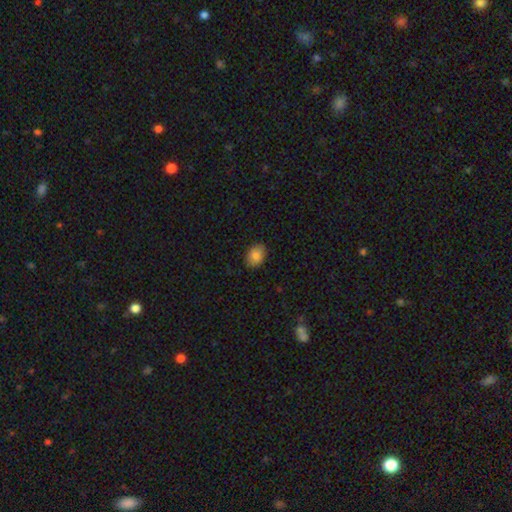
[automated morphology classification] type=smooth (86%); roundness=in between (67%); merging=none (86%).